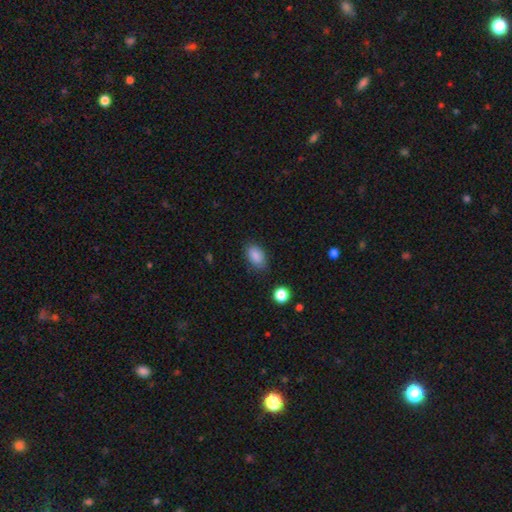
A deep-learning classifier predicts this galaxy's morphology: A smooth galaxy with no disk features (87%) that is in between round and cigar-shaped (91%).

Vote fractions:
- Smooth or featured? smooth: 87% / star or artifact: 8% / featured or disk: 5%
- How rounded? in between: 91% / round: 7% / cigar-shaped: 2%
- Merging? none: 81% / minor disturbance: 14% / major disturbance: 3% / merger: 2%